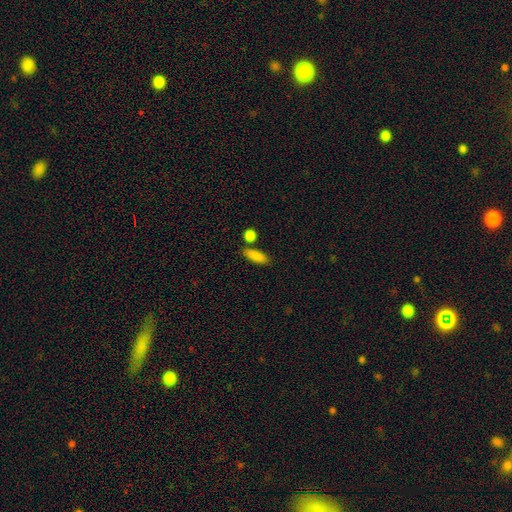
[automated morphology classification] type=smooth (86%); roundness=in between (62%); merging=none (74%).